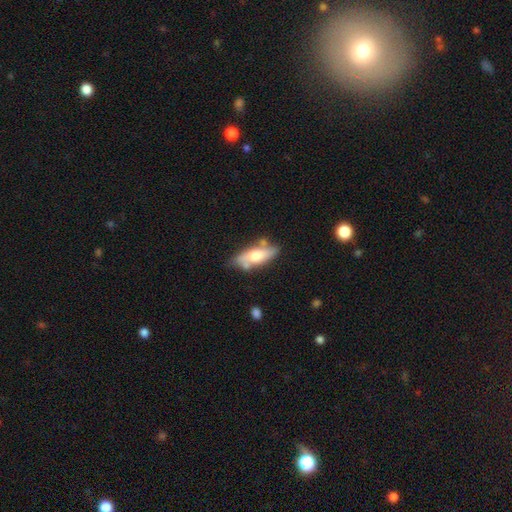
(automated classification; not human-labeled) A smooth galaxy with no disk features (54%) that is in between round and cigar-shaped (66%).

Vote fractions:
- Smooth or featured? smooth: 54% / featured or disk: 40% / star or artifact: 6%
- How rounded? in between: 66% / cigar-shaped: 31% / round: 3%
- Merging? none: 62% / minor disturbance: 22% / merger: 11% / major disturbance: 6%